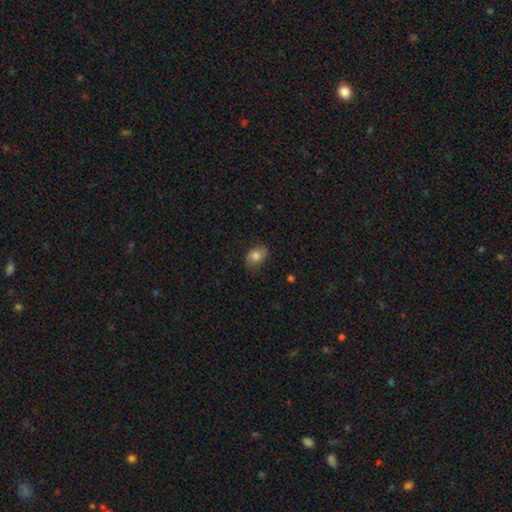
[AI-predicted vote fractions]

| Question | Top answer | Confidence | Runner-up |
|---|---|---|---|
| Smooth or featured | smooth | 78% | featured or disk (14%) |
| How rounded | in between | 77% | round (22%) |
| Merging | none | 73% | minor disturbance (20%) |